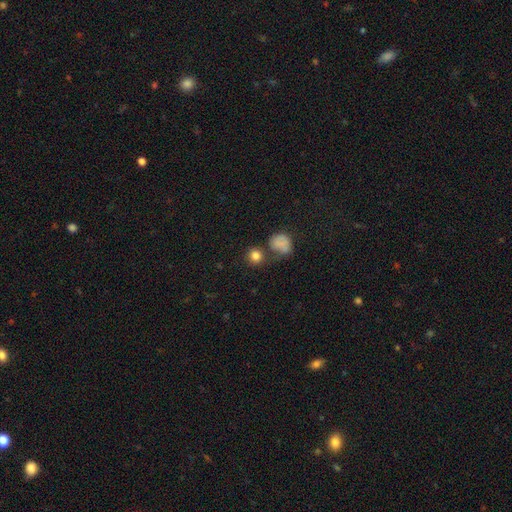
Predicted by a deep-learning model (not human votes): smooth_or_featured: smooth (p=0.82) [alt: star or artifact p=0.11]
how_rounded: round (p=0.88) [alt: in between p=0.11]
merging: none (p=0.68) [alt: merger p=0.16]